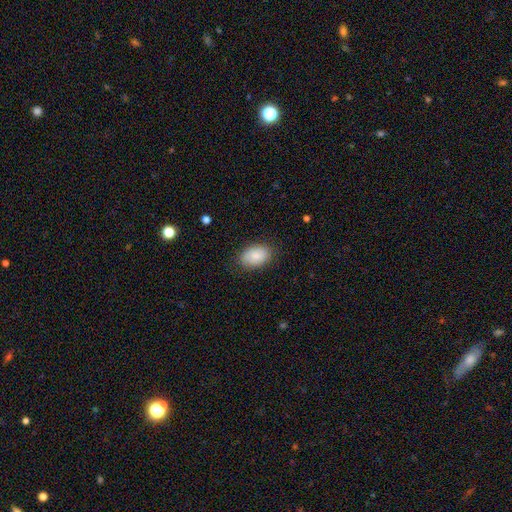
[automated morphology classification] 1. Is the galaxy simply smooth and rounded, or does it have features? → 86% smooth, 7% featured or disk, 6% star or artifact.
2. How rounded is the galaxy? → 90% in between, 9% round, 1% cigar-shaped.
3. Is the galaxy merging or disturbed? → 83% none, 12% minor disturbance, 3% major disturbance, 1% merger.